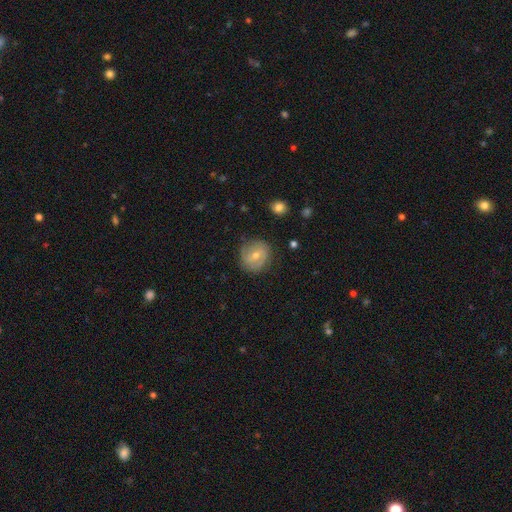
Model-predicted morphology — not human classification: A featured or disk galaxy (46%, tied with smooth).

Vote fractions:
- Smooth or featured? featured or disk: 46% (tied) / smooth: 46% (tied) / star or artifact: 7%
- Merging? none: 77% / minor disturbance: 17% / major disturbance: 5% / merger: 1%